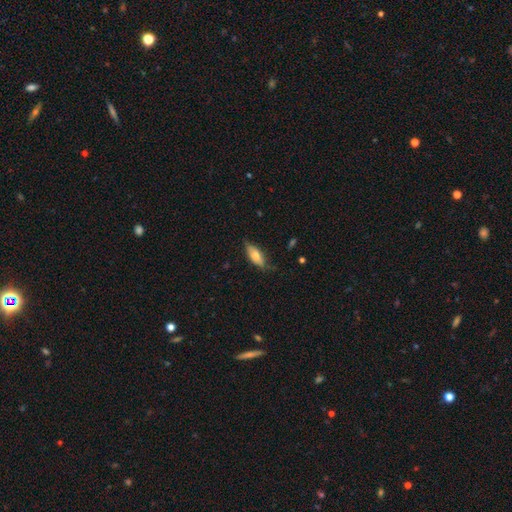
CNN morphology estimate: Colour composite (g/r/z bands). It shows a smooth galaxy with no disk features (67%) that is in between round and cigar-shaped (75%). Merging: none (69%).